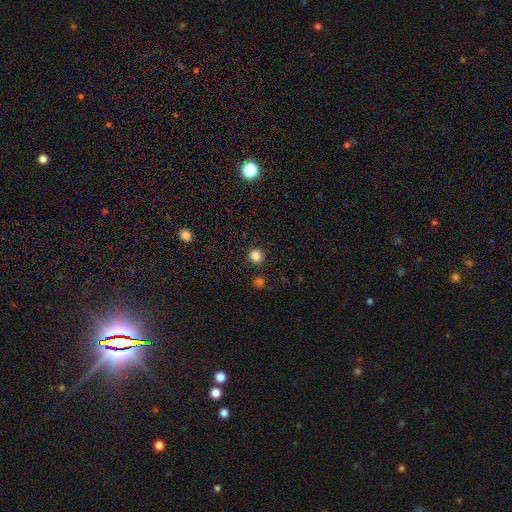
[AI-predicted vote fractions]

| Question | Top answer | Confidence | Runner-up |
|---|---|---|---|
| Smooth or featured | smooth | 83% | star or artifact (13%) |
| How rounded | round | 93% | in between (6%) |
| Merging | none | 90% | minor disturbance (5%) |